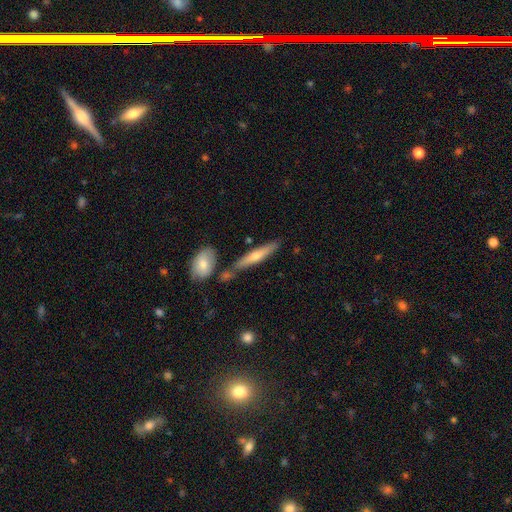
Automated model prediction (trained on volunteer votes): smooth 49%, featured or disk 45%, star or artifact 6%. Down the decision tree: merging — none (75%).